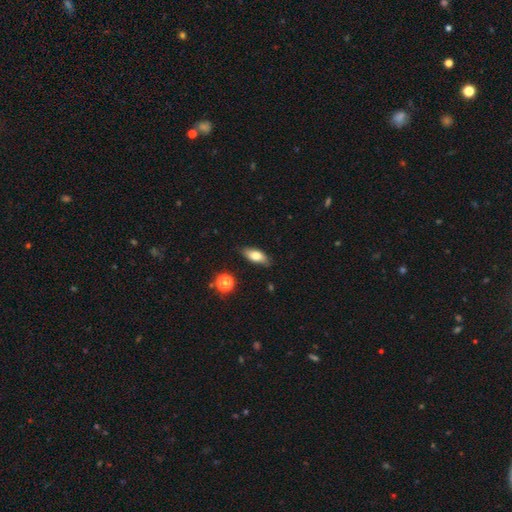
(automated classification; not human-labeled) smooth-or-featured: smooth: 73% | featured or disk: 19% | star or artifact: 8%
  how-rounded: in between: 79% | cigar-shaped: 17% | round: 4%
  merging: none: 83% | minor disturbance: 13% | major disturbance: 2% | merger: 2%